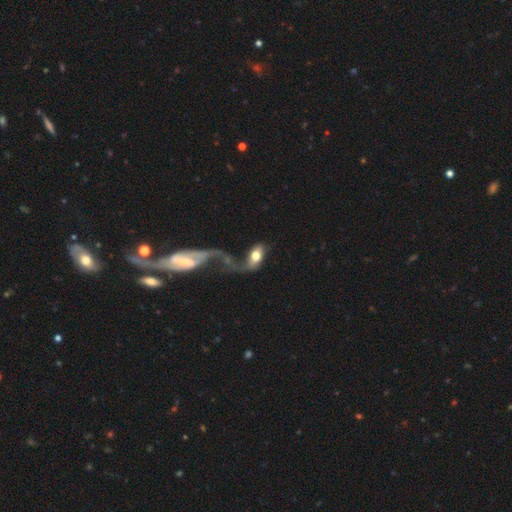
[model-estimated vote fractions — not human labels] Smooth or featured?
  - smooth: 59% *
  - featured or disk: 34%
  - star or artifact: 7%
How rounded?
  - in between: 90% *
  - round: 7%
  - cigar-shaped: 3%
Merging?
  - merger: 53% *
  - major disturbance: 23%
  - none: 15%
  - minor disturbance: 9%